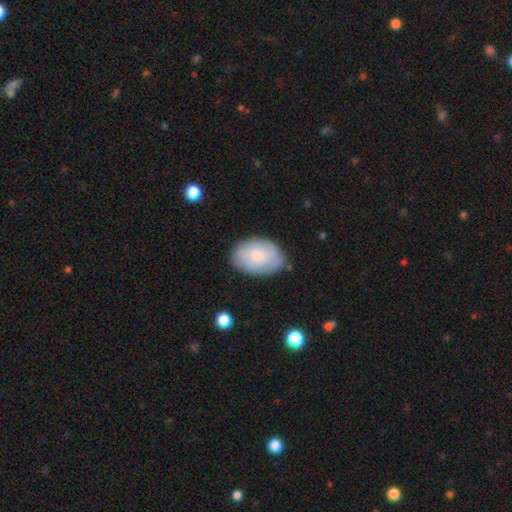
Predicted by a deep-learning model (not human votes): Smooth or featured? Predicted: smooth (p=0.72). How rounded? Predicted: in between (p=0.86). Merging? Predicted: none (p=0.79).